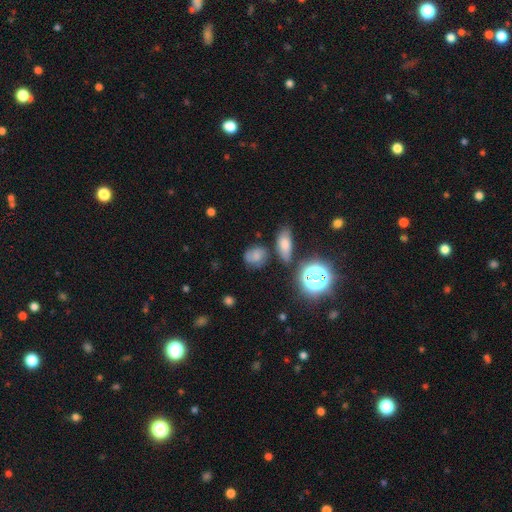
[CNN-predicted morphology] Overall: smooth (63%). How rounded: round (63%; in between 34%). Merging: none (64%).